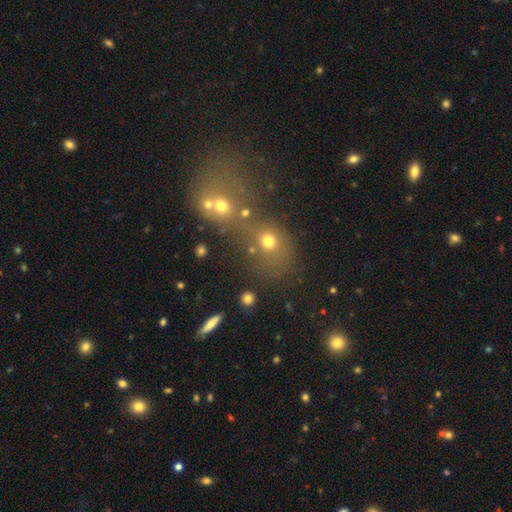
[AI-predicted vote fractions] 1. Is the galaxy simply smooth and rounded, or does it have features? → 45% smooth, 36% star or artifact, 19% featured or disk.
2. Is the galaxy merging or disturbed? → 63% merger, 26% none, 6% minor disturbance, 5% major disturbance.